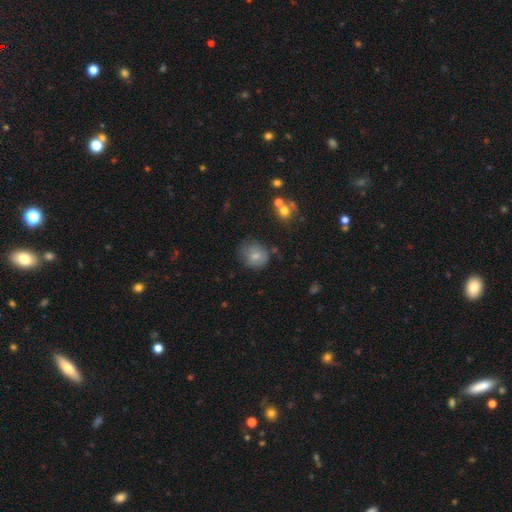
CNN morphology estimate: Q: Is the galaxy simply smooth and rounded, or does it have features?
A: smooth — 73%.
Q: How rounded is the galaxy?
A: round — 72%.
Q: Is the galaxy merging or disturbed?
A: none — 61%.